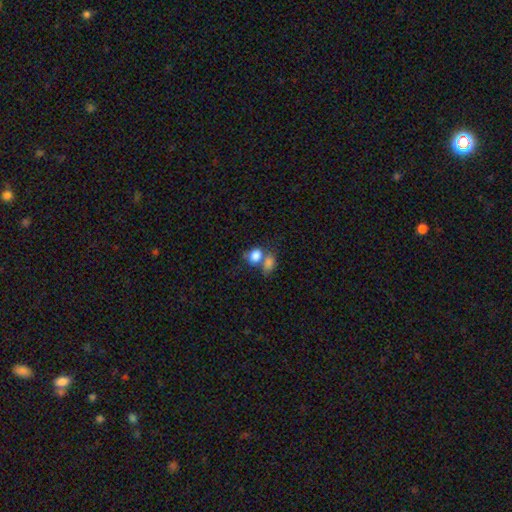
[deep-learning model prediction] Smooth or featured? Predicted: smooth (p=0.82). How rounded? Predicted: in between (p=0.61). Merging? Predicted: merger (p=0.56).